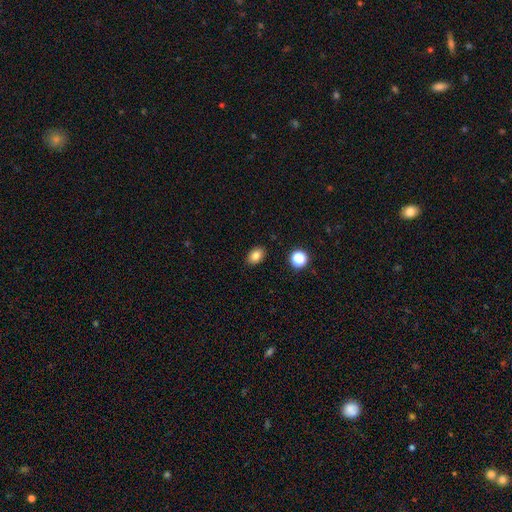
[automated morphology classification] Overall: smooth (83%). How rounded: in between (80%). Merging: none (88%).